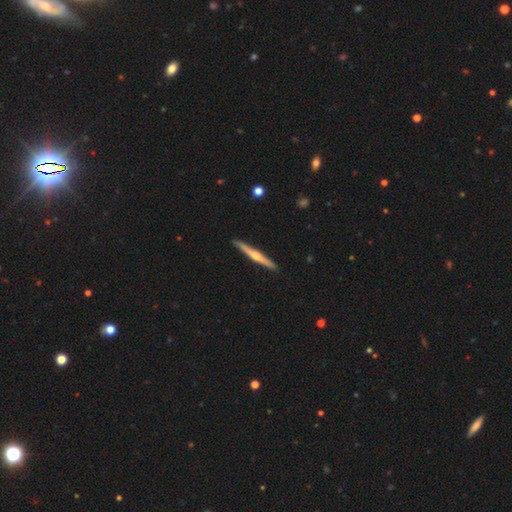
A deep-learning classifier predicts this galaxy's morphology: A featured or disk galaxy (68%) viewed edge-on (98%) with a rounded central bulge (85%). Merging: none (91%).